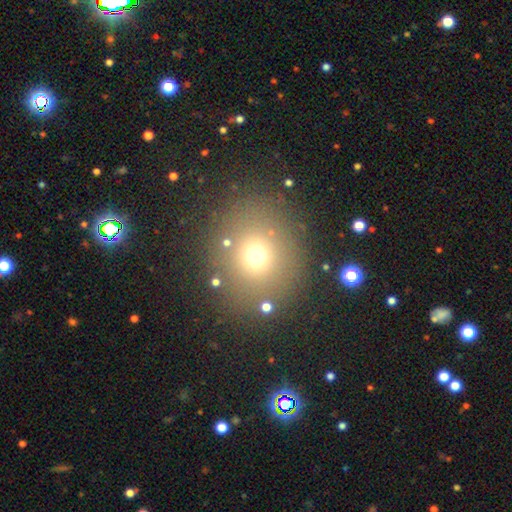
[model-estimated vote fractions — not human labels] Smooth or featured: smooth — 67% (star or artifact — 23%)
How rounded: round — 86% (in between — 13%)
Merging: none — 83% (minor disturbance — 8%)